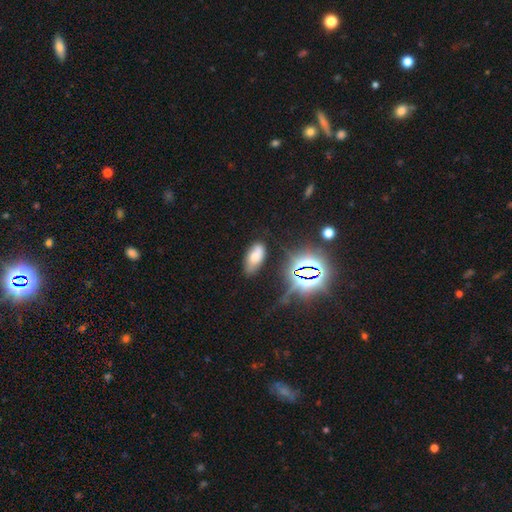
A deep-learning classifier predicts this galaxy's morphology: Smooth or featured: smooth — 65% (star or artifact — 21%)
How rounded: in between — 91% (cigar-shaped — 6%)
Merging: none — 68% (minor disturbance — 22%)